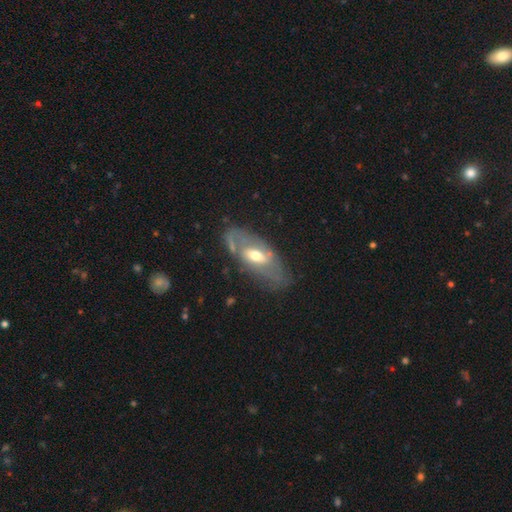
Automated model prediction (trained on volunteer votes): smooth_or_featured: featured or disk (p=0.61) [alt: smooth p=0.32]
disk_edge_on: no (p=0.84) [alt: yes p=0.16]
bar: no (p=0.45) [alt: weak p=0.38]
has_spiral_arms: no (p=0.52) [alt: yes p=0.48]
bulge_size: moderate (p=0.68) [alt: small p=0.19]
merging: none (p=0.61) [alt: minor disturbance p=0.22]